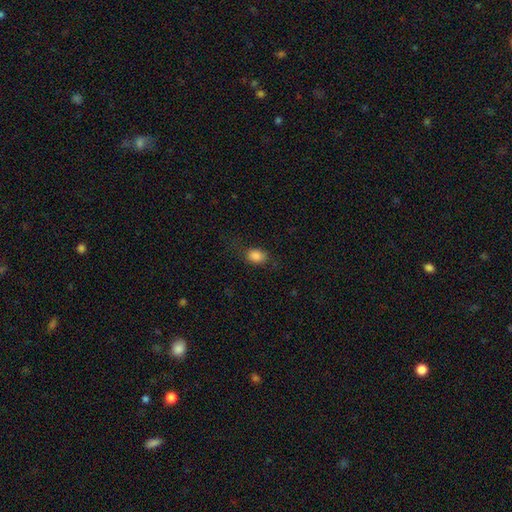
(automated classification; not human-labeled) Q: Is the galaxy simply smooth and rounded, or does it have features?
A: smooth — 85%.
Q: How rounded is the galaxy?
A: in between — 67%.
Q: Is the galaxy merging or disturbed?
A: none — 68%.